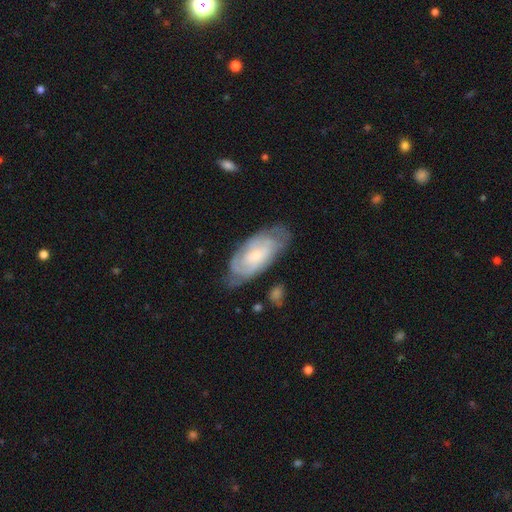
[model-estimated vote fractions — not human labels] featured or disk 70%, smooth 25%, star or artifact 6%. Down the decision tree: edge-on disk — no (93%); bar — no (60%); spiral arms — yes (89%); spiral arm count — can't tell (45%); spiral winding — tight (63%); bulge size — small (56%); merging — none (66%).